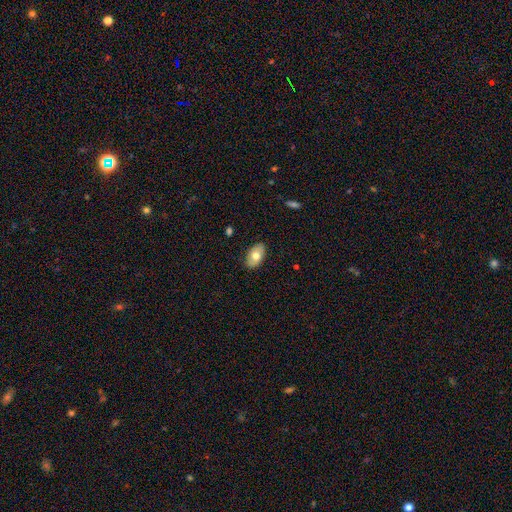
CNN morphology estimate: Smooth or featured? Predicted: smooth (p=0.66). How rounded? Predicted: in between (p=0.93). Merging? Predicted: none (p=0.85).